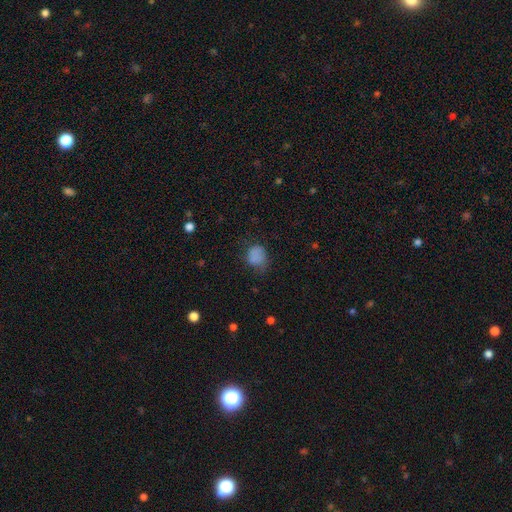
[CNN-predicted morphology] This is clearly a smooth galaxy (80%). How rounded: possibly round (52%). Merging: possibly none (51%).